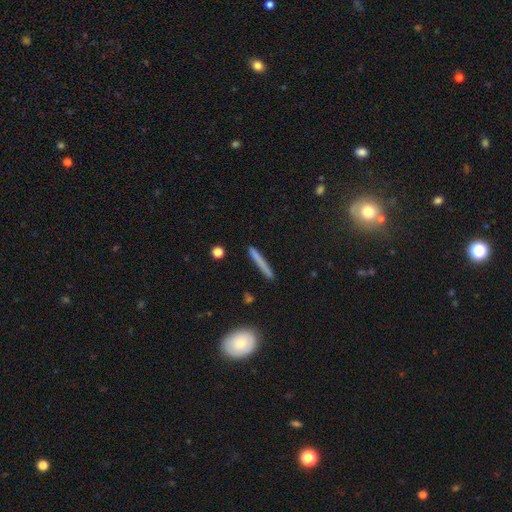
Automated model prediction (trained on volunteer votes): This is likely a smooth galaxy (64%). How rounded: clearly cigar-shaped (95%). Merging: clearly none (86%).